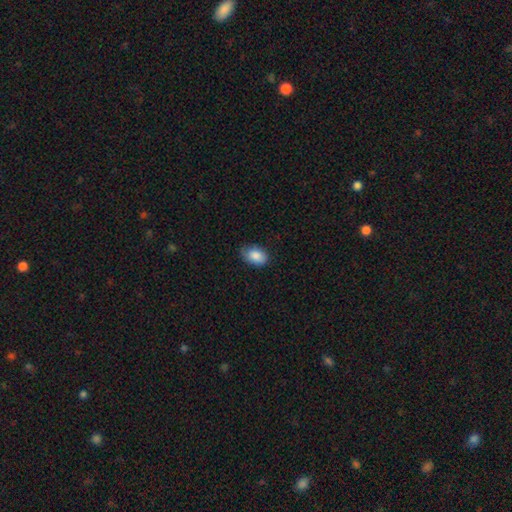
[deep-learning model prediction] Smooth or featured: smooth — 87% (star or artifact — 7%)
How rounded: in between — 87% (round — 12%)
Merging: none — 72% (minor disturbance — 24%)